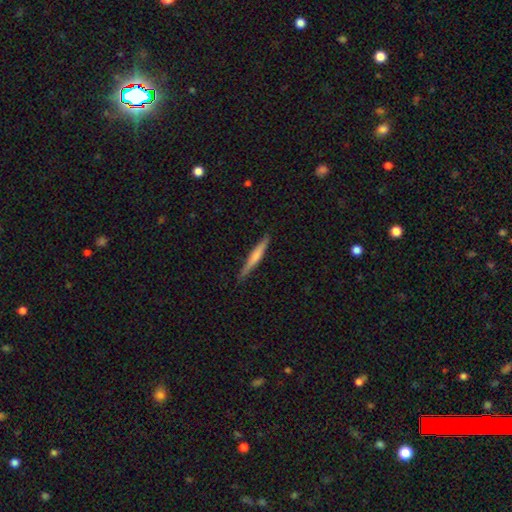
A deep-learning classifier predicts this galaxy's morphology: Smooth or featured: smooth — 54% (featured or disk — 41%)
How rounded: cigar-shaped — 95% (in between — 4%)
Merging: none — 86% (minor disturbance — 11%)